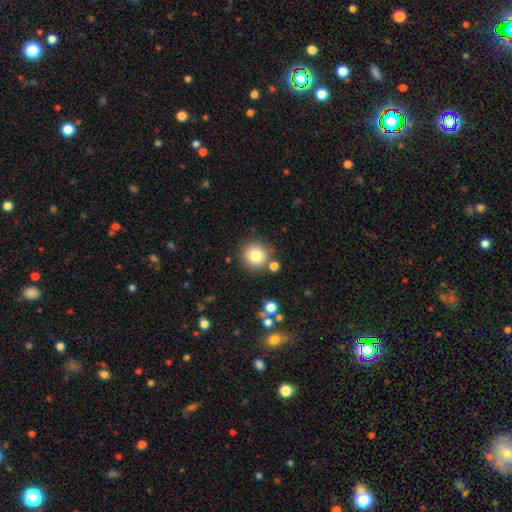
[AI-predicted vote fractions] Smooth or featured? Predicted: smooth (p=0.80). How rounded? Predicted: round (p=0.91). Merging? Predicted: none (p=0.80).